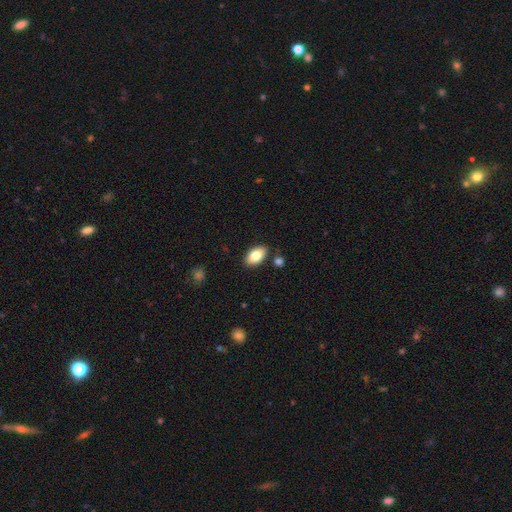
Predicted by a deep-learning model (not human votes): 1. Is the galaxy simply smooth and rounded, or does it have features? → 80% smooth, 13% featured or disk, 7% star or artifact.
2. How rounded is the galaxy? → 93% in between, 5% round, 2% cigar-shaped.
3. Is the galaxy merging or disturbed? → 84% none, 10% minor disturbance, 3% merger, 2% major disturbance.